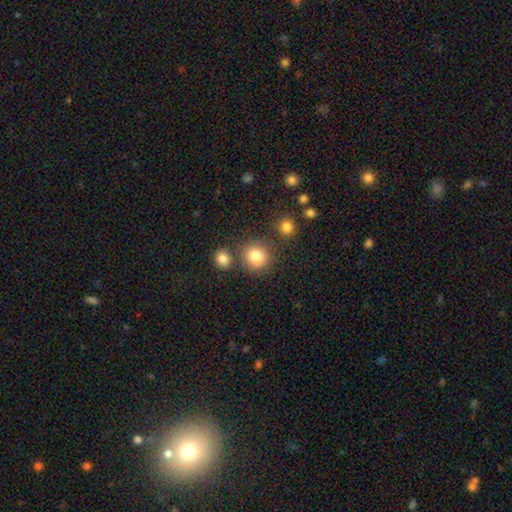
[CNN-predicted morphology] Q: Smooth or featured?
A: smooth (83%); runner-up: star or artifact (11%)
Q: How rounded?
A: round (89%); runner-up: in between (10%)
Q: Merging?
A: none (76%); runner-up: merger (11%)